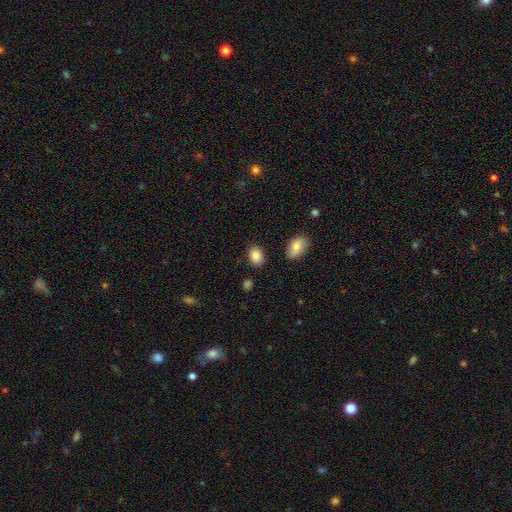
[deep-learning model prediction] Smooth or featured? smooth (87%)
How rounded? in between (74%)
Merging? none (83%)